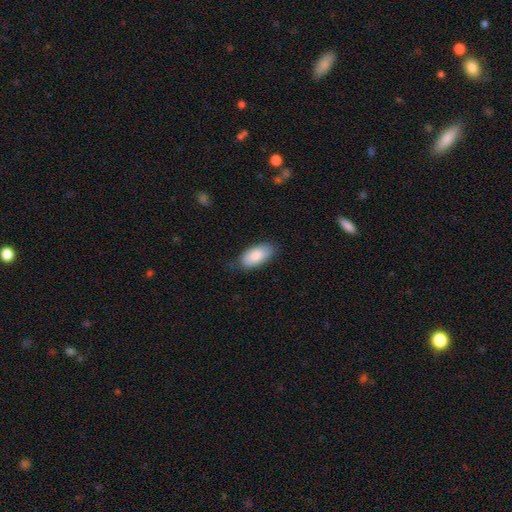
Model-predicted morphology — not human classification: smooth 85%, featured or disk 9%, star or artifact 6%. Down the decision tree: how rounded — in between (93%); merging — none (77%).